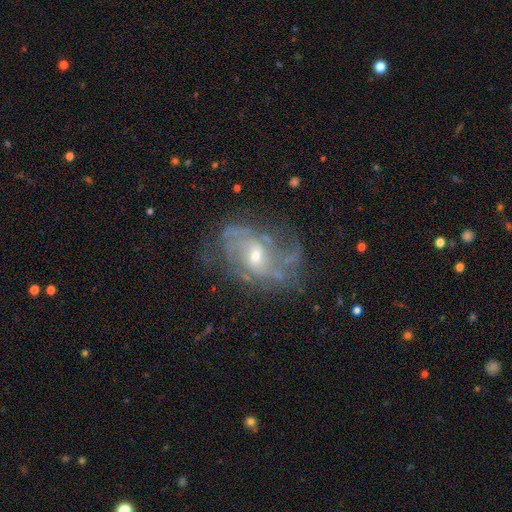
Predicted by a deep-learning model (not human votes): A featured or disk galaxy (81%) with no bar (52%), 2 (45%) medium (43%) spiral arms (86%) and a small central bulge (57%).

Vote fractions:
- Smooth or featured? featured or disk: 81% / smooth: 11% / star or artifact: 8%
- Edge-on disk? no: 97% / yes: 3%
- Bar? no: 52% / weak: 40% / strong: 9%
- Spiral arms? yes: 86% / no: 14%
- Spiral winding? medium: 43% / loose: 29% / tight: 27%
- Spiral arm count? 2: 45% / can't tell: 29% / 3: 12% / 1: 6% / 4: 5% / more than 4: 4%
- Bulge size? small: 57% / moderate: 39% / large: 2% / none: 1% / dominant: 1%
- Merging? none: 55% / minor disturbance: 21% / major disturbance: 21% / merger: 3%